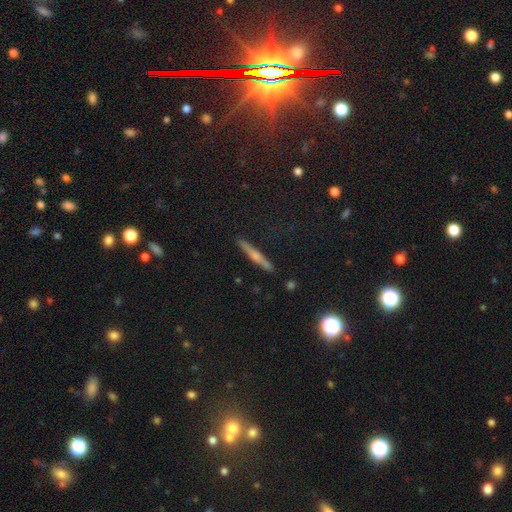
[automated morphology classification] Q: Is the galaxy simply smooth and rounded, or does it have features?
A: featured or disk — 56%.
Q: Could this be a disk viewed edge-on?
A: yes — 97%.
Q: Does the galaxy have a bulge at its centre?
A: rounded — 71%.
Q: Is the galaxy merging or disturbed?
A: none — 90%.